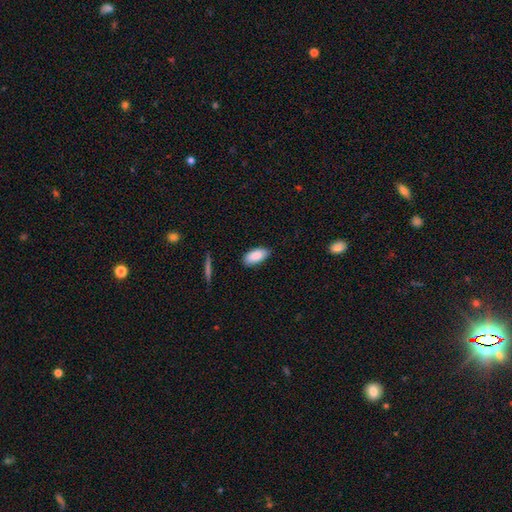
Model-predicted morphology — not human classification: Smooth or featured? Predicted: smooth (p=0.88). How rounded? Predicted: in between (p=0.92). Merging? Predicted: none (p=0.81).